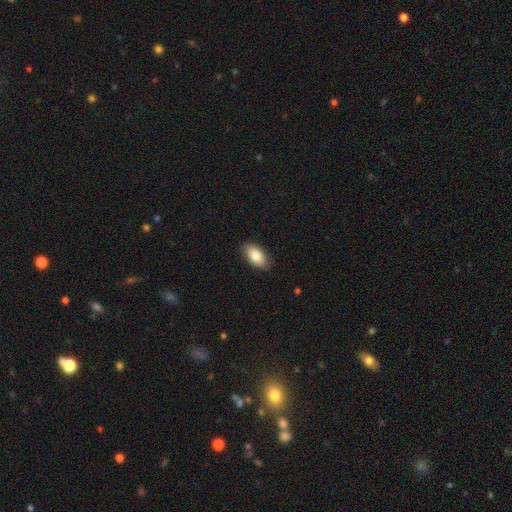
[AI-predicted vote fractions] This appears to be a smooth galaxy with no disk features (82%) that is in between round and cigar-shaped (92%). Merging: none (87%).